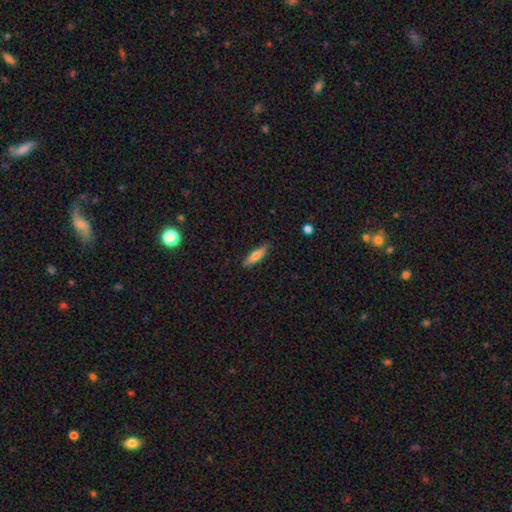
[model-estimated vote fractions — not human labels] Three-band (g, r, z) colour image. It shows a smooth galaxy with no disk features (74%) that is cigar-shaped (65%). Merging: none (84%).